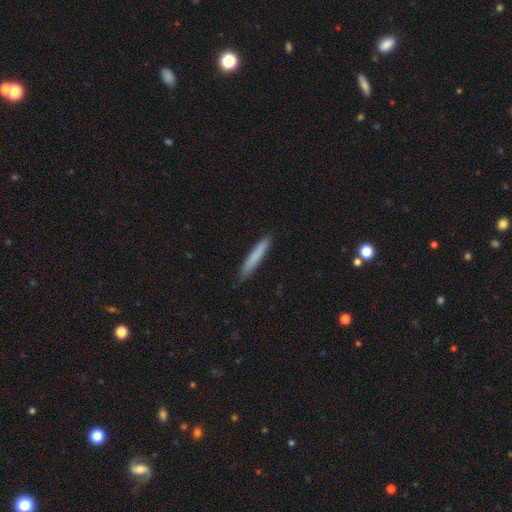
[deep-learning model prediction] Smooth or featured? smooth (78%)
How rounded? cigar-shaped (95%)
Merging? none (88%)